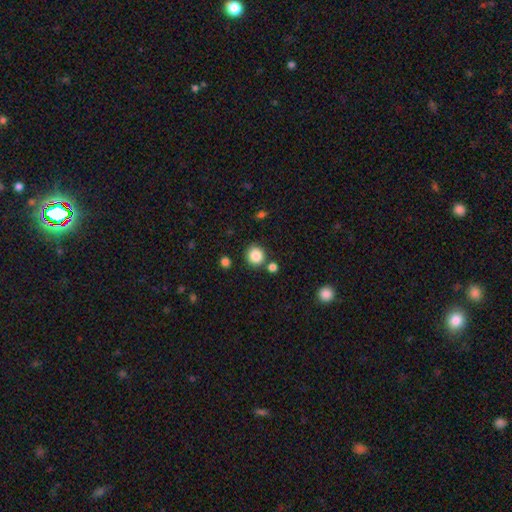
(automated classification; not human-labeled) Morphology: type=smooth (86%); roundness=round (89%); merging=none (82%).